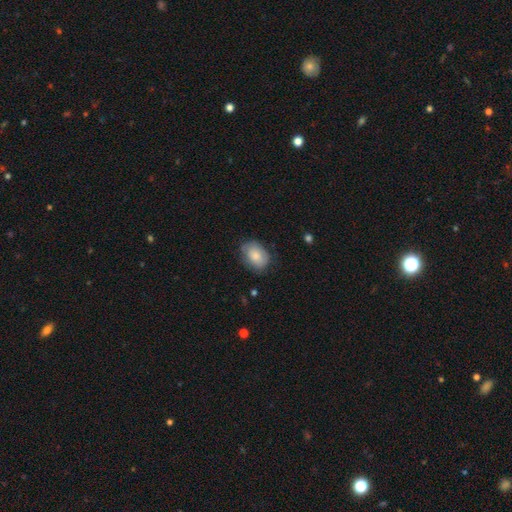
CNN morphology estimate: type=smooth (80%); roundness=in between (77%); merging=none (71%).